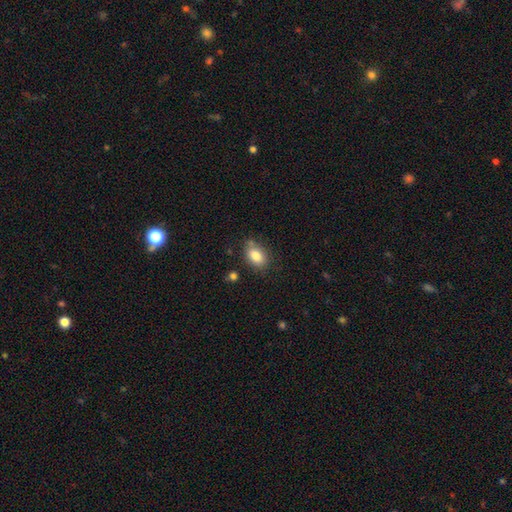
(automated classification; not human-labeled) A smooth galaxy with no disk features (83%) that is in between round and cigar-shaped (85%). Merging: none (74%).